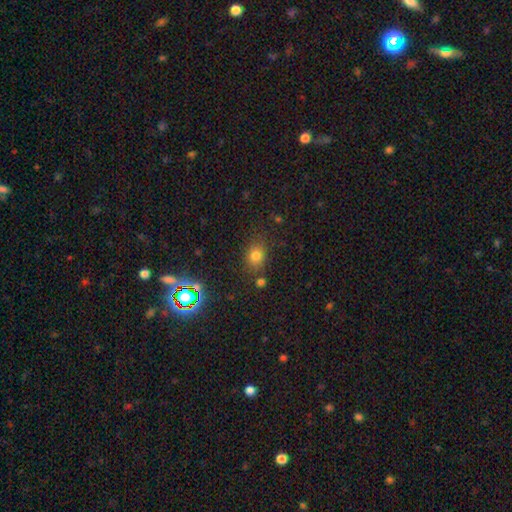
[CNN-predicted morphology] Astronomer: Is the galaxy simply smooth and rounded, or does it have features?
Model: smooth — 72%.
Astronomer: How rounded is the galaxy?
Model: round — 62%.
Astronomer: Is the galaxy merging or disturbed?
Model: none — 76%.